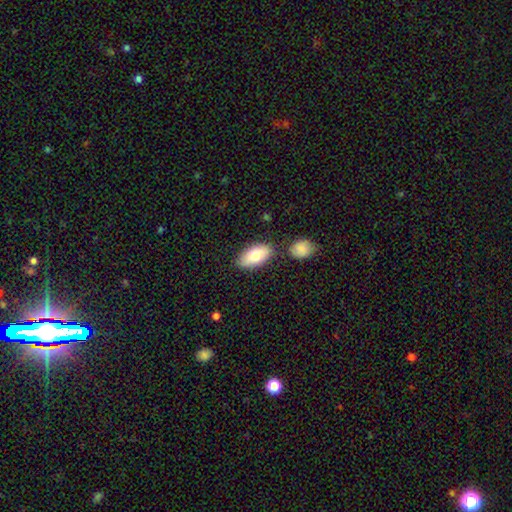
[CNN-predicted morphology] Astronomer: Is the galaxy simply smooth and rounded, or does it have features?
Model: smooth — 78%.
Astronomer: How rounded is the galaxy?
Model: in between — 93%.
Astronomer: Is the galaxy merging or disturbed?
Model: none — 77%.